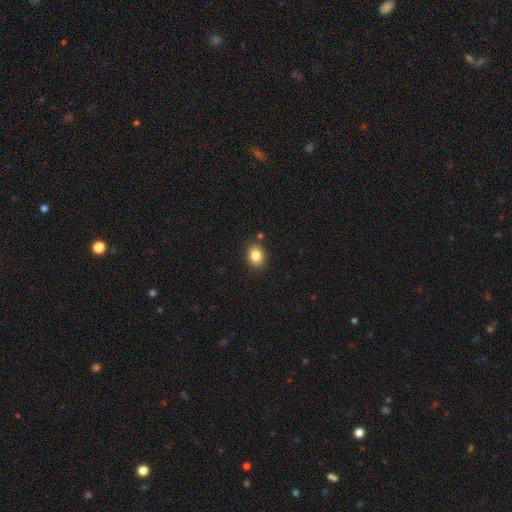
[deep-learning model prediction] A smooth galaxy with no disk features (84%) that is in between round and cigar-shaped (62%). Merging: none (85%).